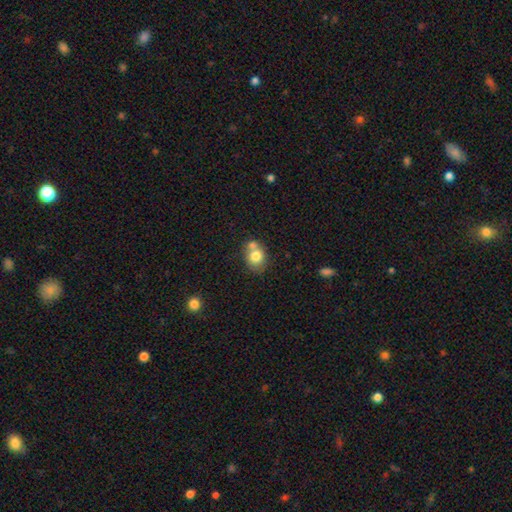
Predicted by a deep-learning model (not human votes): smooth 76%, featured or disk 14%, star or artifact 10%. Down the decision tree: how rounded — round (61%); merging — none (44%).